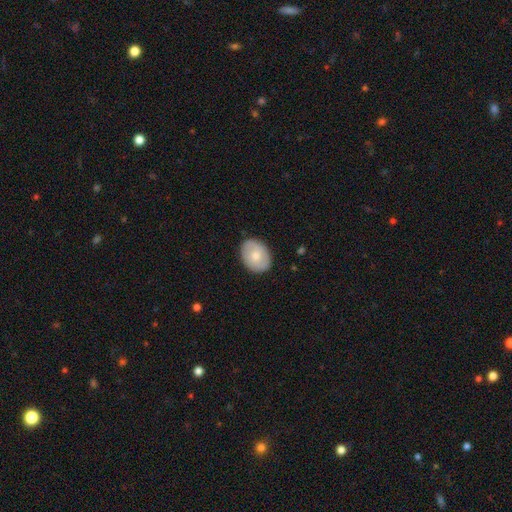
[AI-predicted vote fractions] Overall: smooth (69%). How rounded: in between (67%; round 32%). Merging: none (86%).